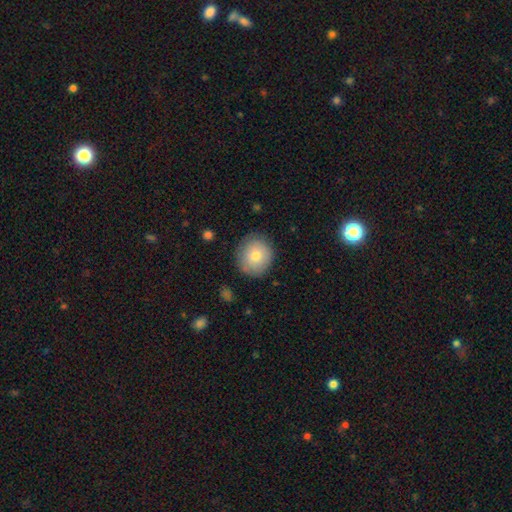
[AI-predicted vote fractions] Smooth or featured? smooth (77%)
How rounded? round (89%)
Merging? none (84%)